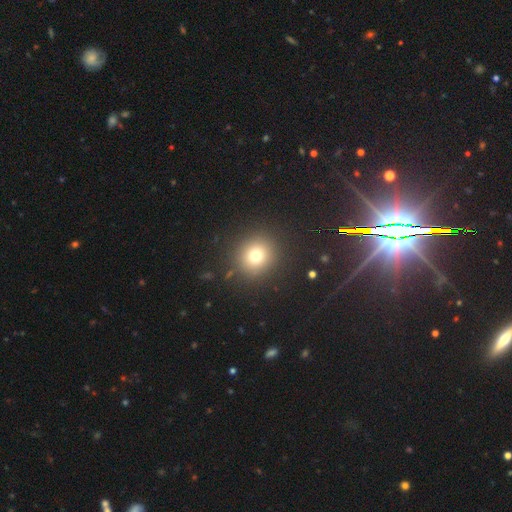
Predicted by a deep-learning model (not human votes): smooth_or_featured: smooth (p=0.74) [alt: star or artifact p=0.16]
how_rounded: round (p=0.90) [alt: in between p=0.09]
merging: none (p=0.89) [alt: minor disturbance p=0.06]